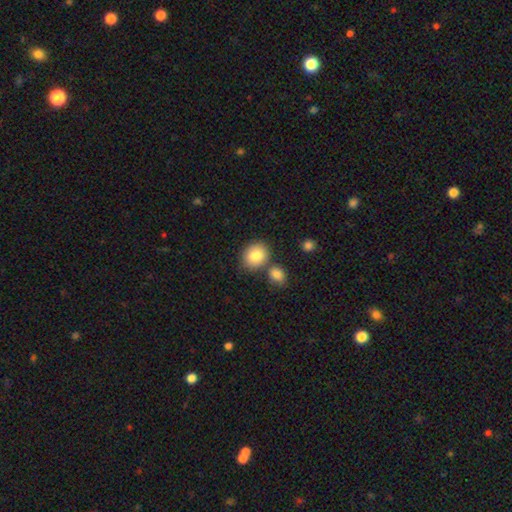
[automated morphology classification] smooth-or-featured: smooth: 82% | featured or disk: 9% | star or artifact: 8%
  how-rounded: round: 65% | in between: 34% | cigar-shaped: 1%
  merging: none: 66% | merger: 20% | minor disturbance: 11% | major disturbance: 3%